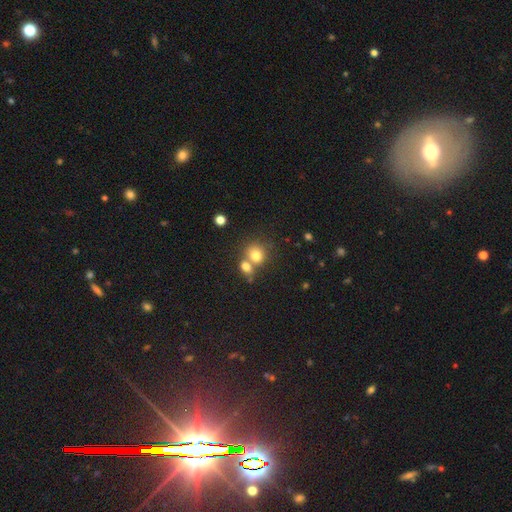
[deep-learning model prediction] The model was most divided on "merging": merger: 51%, none: 37%, minor disturbance: 8%, major disturbance: 4%. More confident: smooth or featured — smooth (76%); how rounded — round (72%).